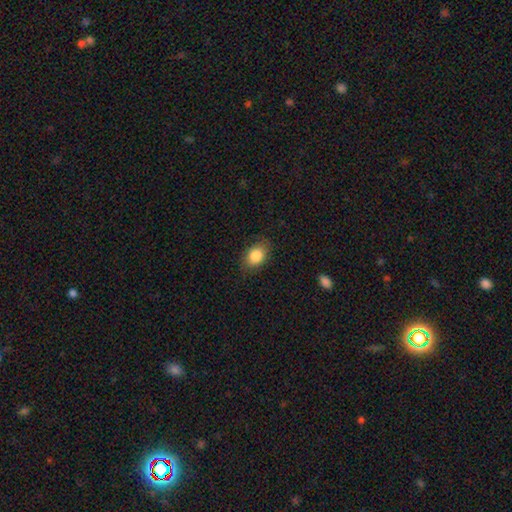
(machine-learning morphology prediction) smooth 85%, star or artifact 8%, featured or disk 7%. Down the decision tree: how rounded — in between (72%); merging — none (81%).